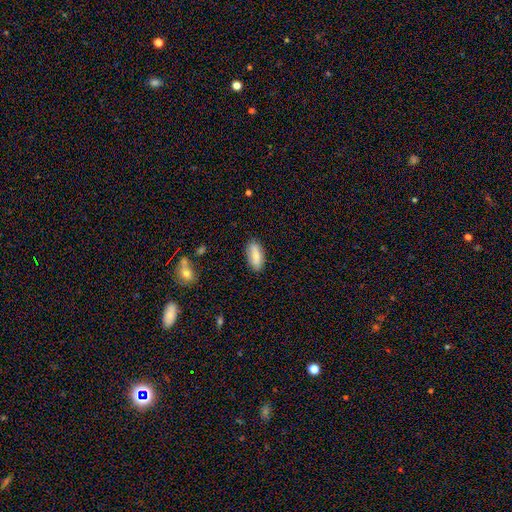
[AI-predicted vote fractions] Smooth or featured?
  - smooth: 73% *
  - featured or disk: 20%
  - star or artifact: 7%
How rounded?
  - in between: 84% *
  - cigar-shaped: 13%
  - round: 3%
Merging?
  - none: 84% *
  - minor disturbance: 12%
  - major disturbance: 2%
  - merger: 1%